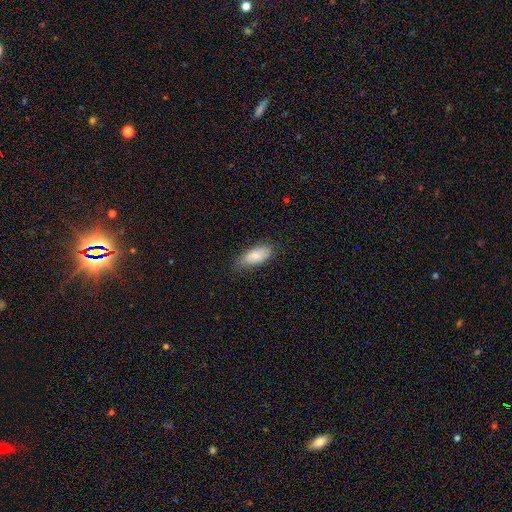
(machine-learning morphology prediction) type=smooth (79%); roundness=in between (87%); merging=none (67%).